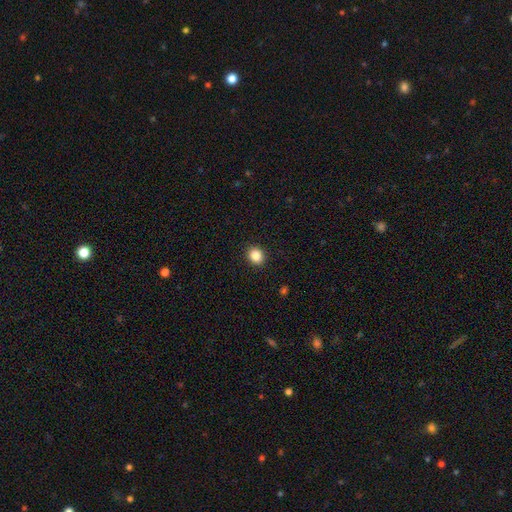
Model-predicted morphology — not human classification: Smooth or featured? smooth (86%)
How rounded? round (75%)
Merging? none (92%)